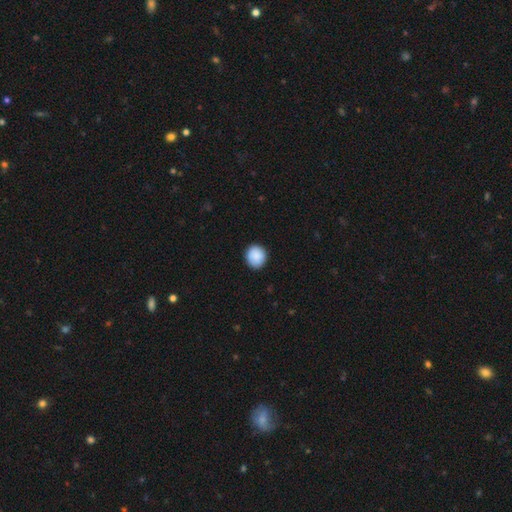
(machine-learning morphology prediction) A smooth galaxy with no disk features (89%) that is round (85%). Merging: none (89%).